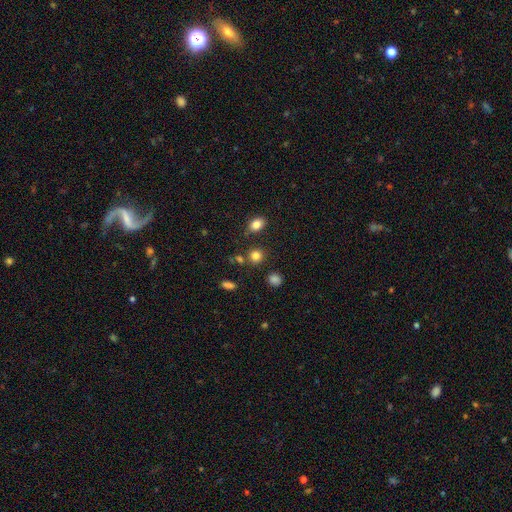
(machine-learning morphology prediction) Smooth or featured?
  - smooth: 82% *
  - star or artifact: 13%
  - featured or disk: 5%
How rounded?
  - round: 82% *
  - in between: 17%
  - cigar-shaped: 1%
Merging?
  - none: 81% *
  - minor disturbance: 9%
  - merger: 7%
  - major disturbance: 3%